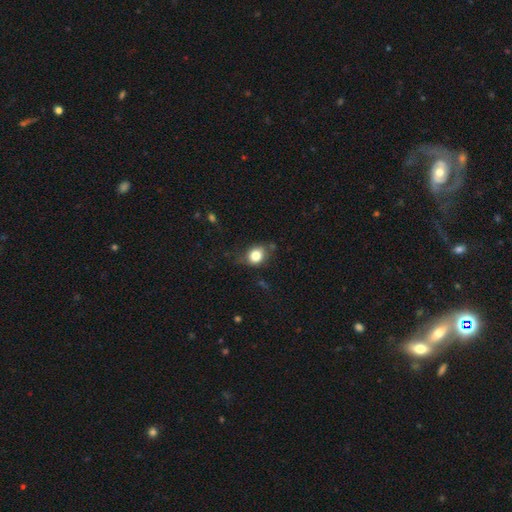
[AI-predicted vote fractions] Morphology: type=smooth (80%); roundness=round (60%); merging=none (66%).